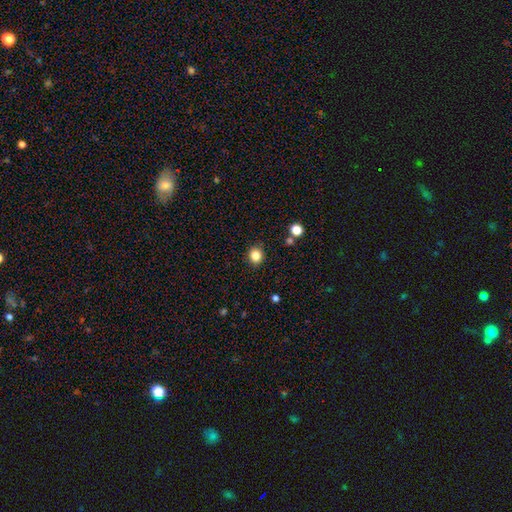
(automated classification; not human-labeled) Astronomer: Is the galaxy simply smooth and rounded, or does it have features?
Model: smooth — 84%.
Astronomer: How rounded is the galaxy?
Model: round — 78%.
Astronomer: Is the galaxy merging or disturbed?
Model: none — 88%.